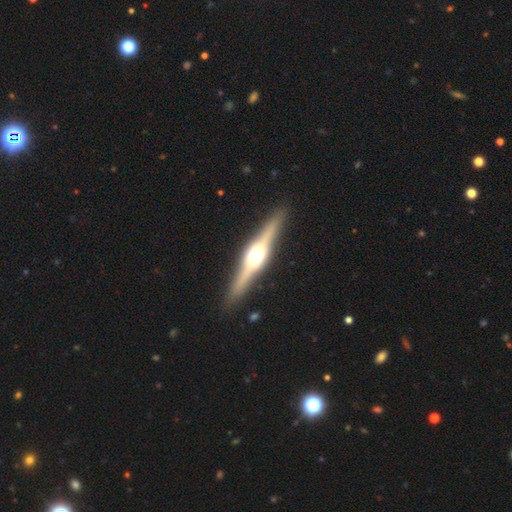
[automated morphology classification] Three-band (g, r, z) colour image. It shows a featured or disk galaxy (79%) viewed edge-on (97%) with a rounded central bulge (92%). Merging: none (90%).